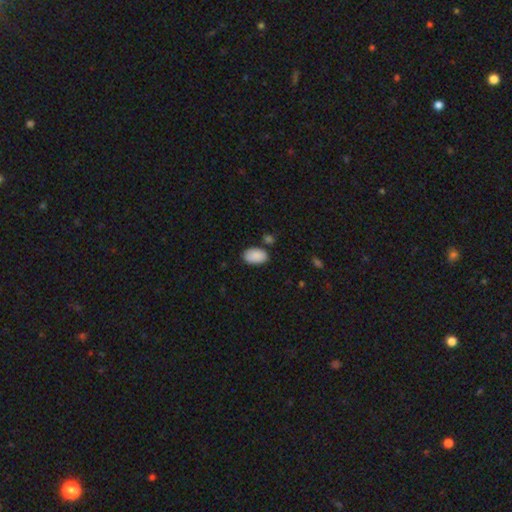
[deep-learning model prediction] This is clearly a smooth galaxy (89%). How rounded: clearly in between (94%). Merging: likely none (77%).